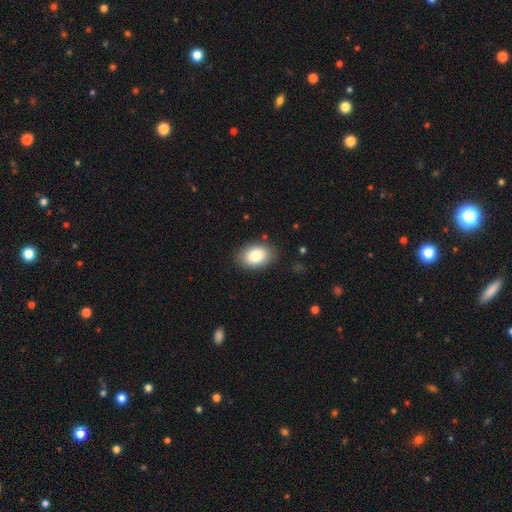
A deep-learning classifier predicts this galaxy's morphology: Overall: smooth (83%). How rounded: in between (85%). Merging: none (85%).